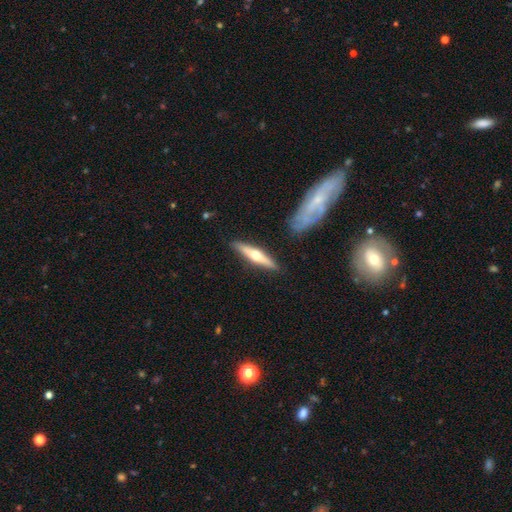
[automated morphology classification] A featured or disk galaxy (60%) viewed edge-on (95%) with a rounded central bulge (92%). Merging: none (88%).